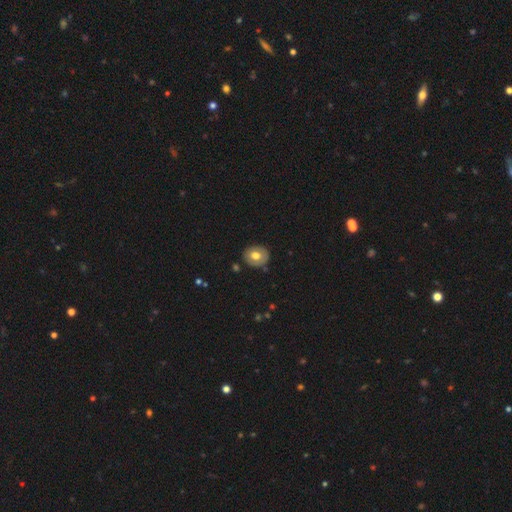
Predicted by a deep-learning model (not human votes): A smooth galaxy with no disk features (65%) that is round (62%).

Vote fractions:
- Smooth or featured? smooth: 65% / featured or disk: 27% / star or artifact: 7%
- How rounded? round: 62% / in between: 37% / cigar-shaped: 1%
- Merging? none: 84% / minor disturbance: 12% / major disturbance: 3% / merger: 2%